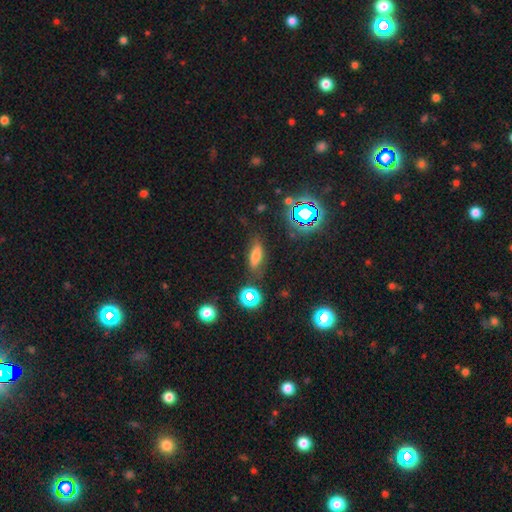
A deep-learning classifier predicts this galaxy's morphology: type=smooth (63%); roundness=in between (60%); merging=none (74%).